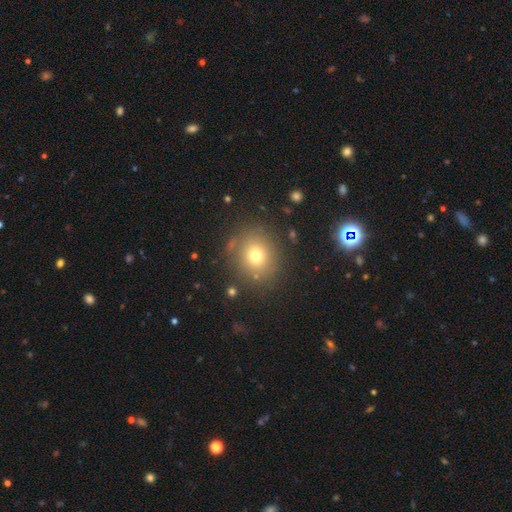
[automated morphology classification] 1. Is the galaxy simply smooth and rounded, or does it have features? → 71% smooth, 16% star or artifact, 13% featured or disk.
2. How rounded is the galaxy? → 83% round, 16% in between, 1% cigar-shaped.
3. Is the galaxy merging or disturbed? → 83% none, 10% minor disturbance, 4% major disturbance, 3% merger.